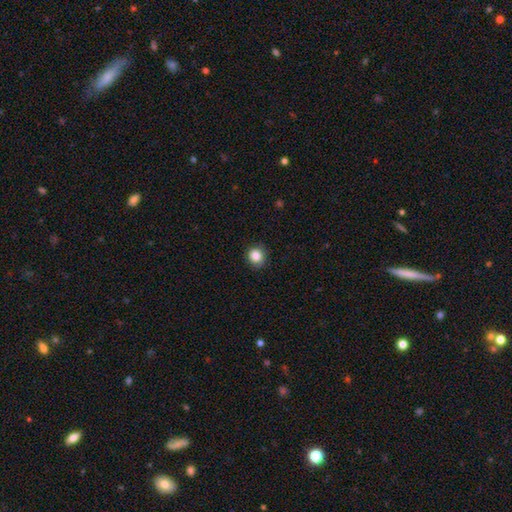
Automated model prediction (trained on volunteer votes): This is clearly a smooth galaxy (86%). How rounded: clearly round (86%). Merging: clearly none (88%).